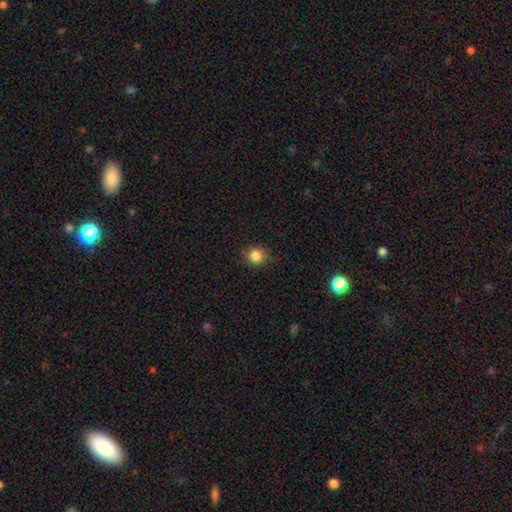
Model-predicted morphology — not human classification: smooth-or-featured: smooth: 84% | star or artifact: 11% | featured or disk: 5%
  how-rounded: round: 88% | in between: 11% | cigar-shaped: 1%
  merging: none: 86% | minor disturbance: 10% | major disturbance: 2% | merger: 1%